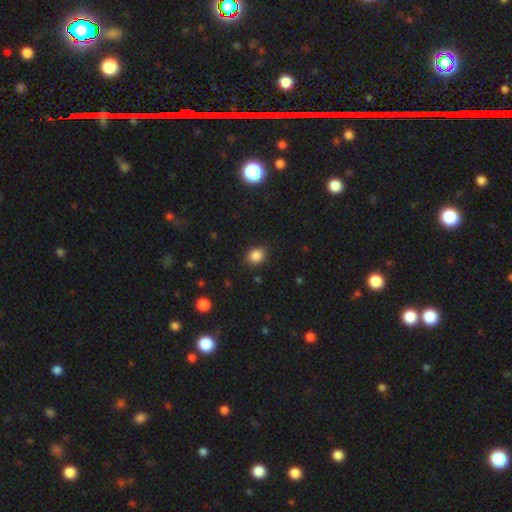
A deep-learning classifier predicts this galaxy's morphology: type=smooth (85%); roundness=round (62%); merging=none (87%).